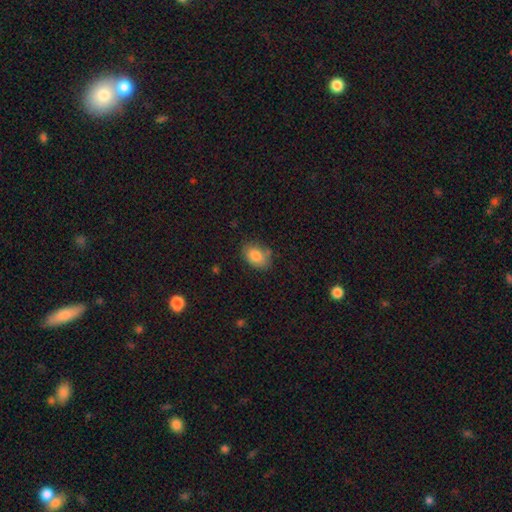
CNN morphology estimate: smooth 84%, featured or disk 8%, star or artifact 8%. Down the decision tree: how rounded — in between (84%); merging — none (71%).